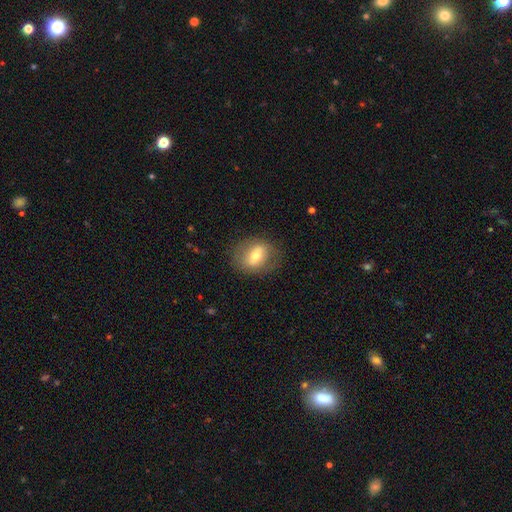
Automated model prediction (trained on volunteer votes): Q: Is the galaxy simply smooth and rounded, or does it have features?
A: smooth — 59%.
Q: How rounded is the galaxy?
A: in between — 56%.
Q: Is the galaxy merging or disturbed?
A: none — 79%.